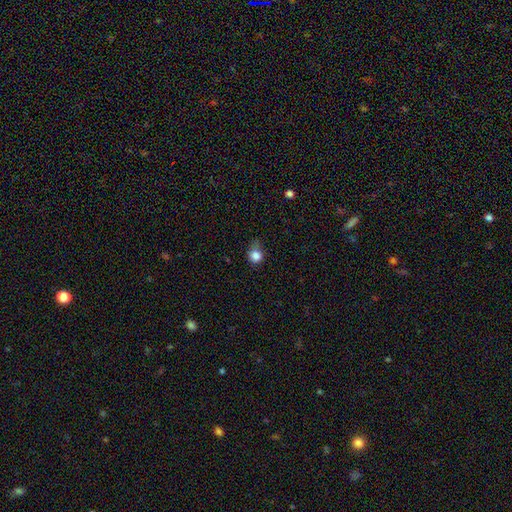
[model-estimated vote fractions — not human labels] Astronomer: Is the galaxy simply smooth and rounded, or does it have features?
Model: smooth — 83%.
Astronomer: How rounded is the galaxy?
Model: round — 83%.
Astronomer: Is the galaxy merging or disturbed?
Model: none — 49% (runner-up: minor disturbance, 35%).